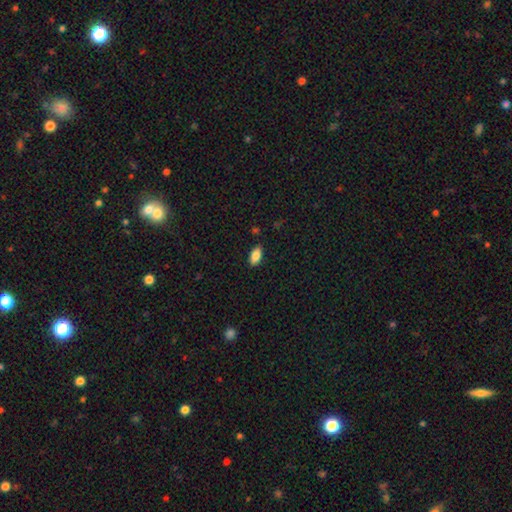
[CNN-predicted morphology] Smooth or featured?
  - smooth: 84% *
  - featured or disk: 9%
  - star or artifact: 7%
How rounded?
  - in between: 90% *
  - cigar-shaped: 8%
  - round: 3%
Merging?
  - none: 86% *
  - minor disturbance: 10%
  - major disturbance: 2%
  - merger: 1%